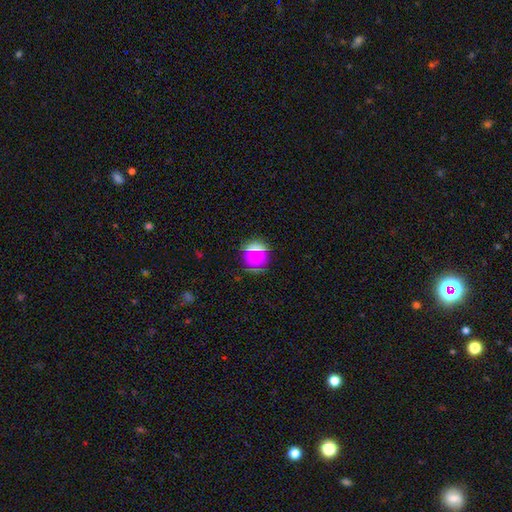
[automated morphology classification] This is likely a smooth galaxy (71%). How rounded: clearly round (91%). Merging: clearly none (83%).